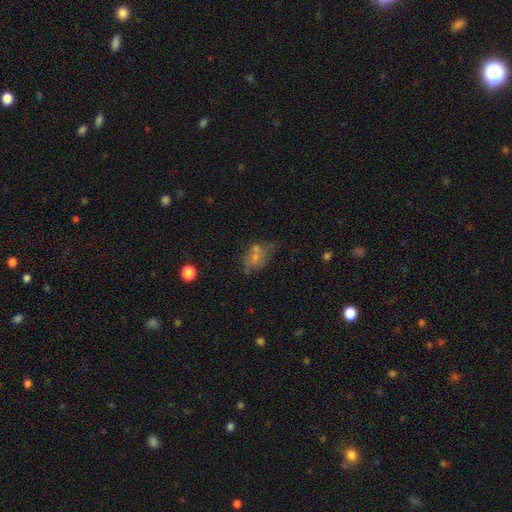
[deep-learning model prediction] A smooth galaxy with no disk features (56%) that is in between round and cigar-shaped (79%). Merging: none (37%).